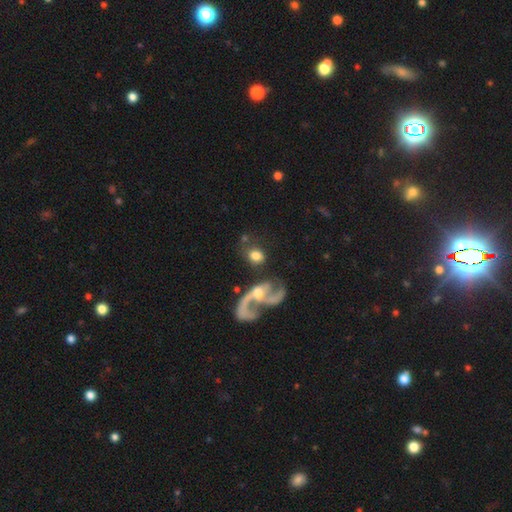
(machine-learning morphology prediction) The model was most divided on "how rounded": round: 62%, in between: 36%, cigar-shaped: 2%. More confident: smooth or featured — smooth (67%); merging — none (55%).